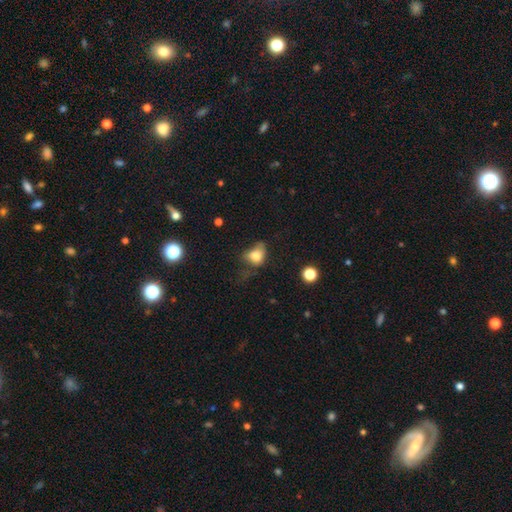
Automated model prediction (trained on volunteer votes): This appears to be a smooth galaxy with no disk features (72%) that is in between round and cigar-shaped (68%). Merging: major disturbance (36%).